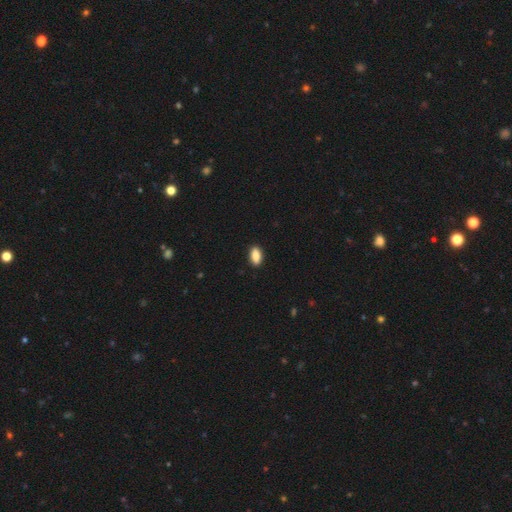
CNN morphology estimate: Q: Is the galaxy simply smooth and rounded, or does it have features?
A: smooth — 86%.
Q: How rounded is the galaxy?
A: in between — 85%.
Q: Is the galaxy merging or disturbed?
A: none — 89%.